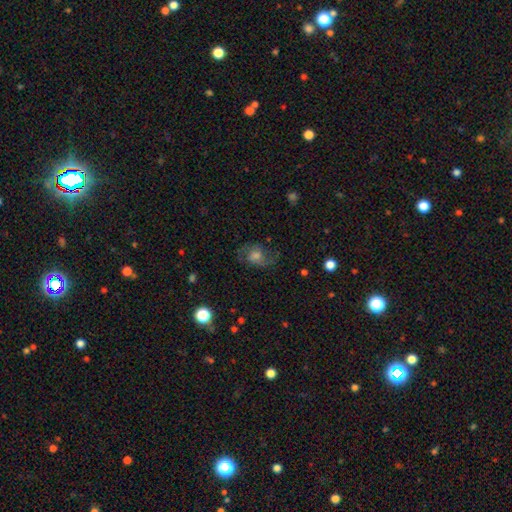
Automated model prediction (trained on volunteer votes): Morphology: type=featured or disk (58%); edge-on=no (96%); bar=no (62%); spiral arms=yes (86%); bulge=moderate (47%); merging=none (69%).